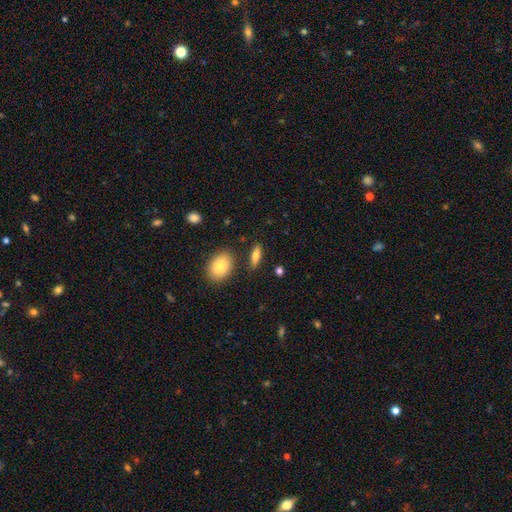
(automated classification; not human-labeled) Smooth or featured: smooth — 68% (featured or disk — 24%)
How rounded: in between — 60% (cigar-shaped — 34%)
Merging: none — 84% (minor disturbance — 9%)